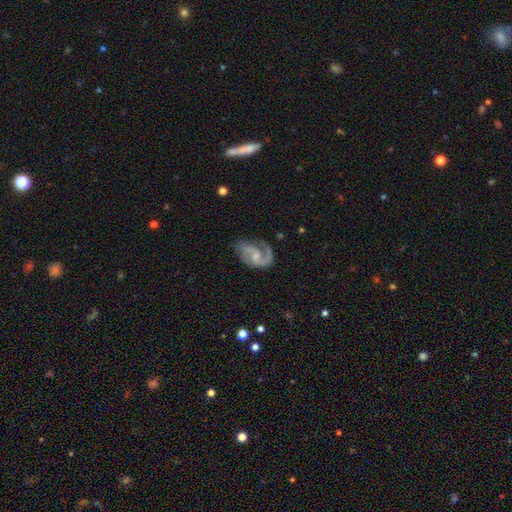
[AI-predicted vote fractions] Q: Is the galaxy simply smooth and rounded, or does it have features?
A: featured or disk — 83%.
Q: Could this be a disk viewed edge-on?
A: no — 98%.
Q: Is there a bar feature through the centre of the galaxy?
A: no — 54%.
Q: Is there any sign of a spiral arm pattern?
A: yes — 95%.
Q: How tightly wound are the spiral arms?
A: medium — 51%.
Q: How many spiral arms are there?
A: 2 — 69%.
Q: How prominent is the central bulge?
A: small — 53%.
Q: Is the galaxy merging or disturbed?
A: none — 55%.